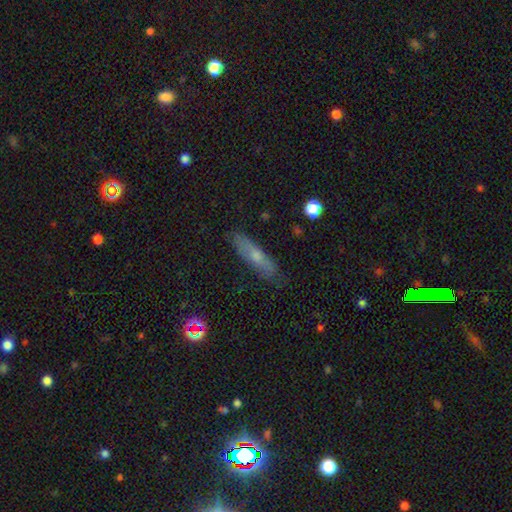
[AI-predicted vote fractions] Morphology: type=smooth (56%); roundness=cigar-shaped (76%); merging=none (82%).